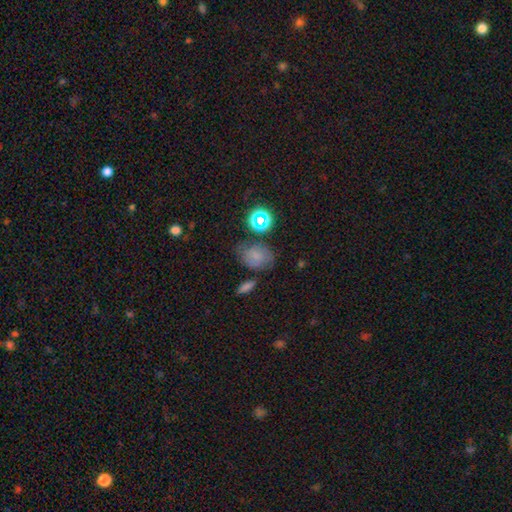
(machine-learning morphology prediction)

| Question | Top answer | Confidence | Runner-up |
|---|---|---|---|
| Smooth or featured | smooth | 67% | star or artifact (18%) |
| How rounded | in between | 64% | round (34%) |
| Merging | none | 60% | minor disturbance (24%) |